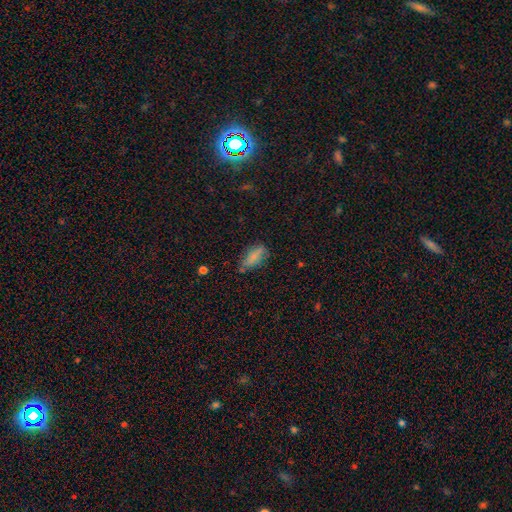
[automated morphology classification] A smooth galaxy with no disk features (74%) that is in between round and cigar-shaped (81%). Merging: none (63%).